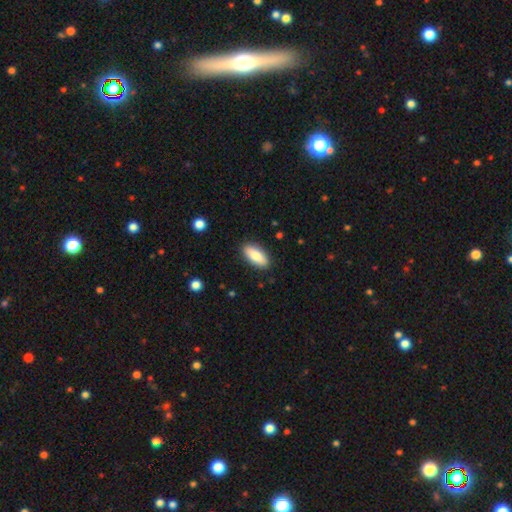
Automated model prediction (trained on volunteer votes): smooth_or_featured: smooth (p=0.82) [alt: featured or disk p=0.12]
how_rounded: in between (p=0.82) [alt: cigar-shaped p=0.16]
merging: none (p=0.88) [alt: minor disturbance p=0.09]